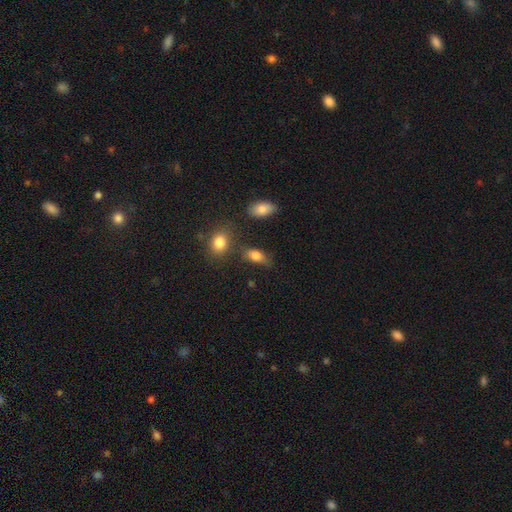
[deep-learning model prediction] A smooth galaxy with no disk features (81%) that is in between round and cigar-shaped (85%).

Vote fractions:
- Smooth or featured? smooth: 81% / featured or disk: 10% / star or artifact: 9%
- How rounded? in between: 85% / round: 10% / cigar-shaped: 5%
- Merging? none: 61% / minor disturbance: 22% / merger: 9% / major disturbance: 7%